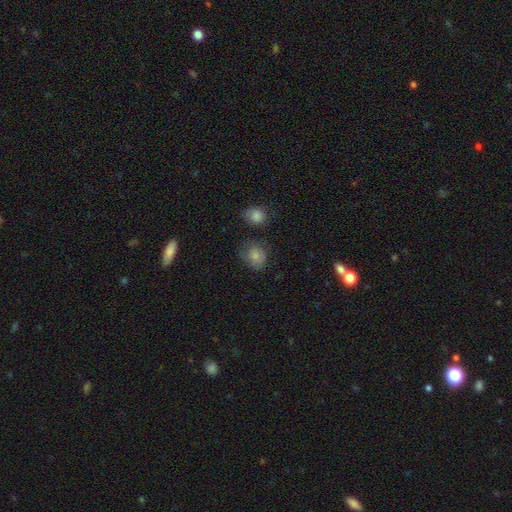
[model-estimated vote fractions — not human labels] A smooth galaxy with no disk features (75%) that is round (64%).

Vote fractions:
- Smooth or featured? smooth: 75% / featured or disk: 15% / star or artifact: 10%
- How rounded? round: 64% / in between: 35% / cigar-shaped: 1%
- Merging? none: 58% / minor disturbance: 26% / major disturbance: 10% / merger: 6%